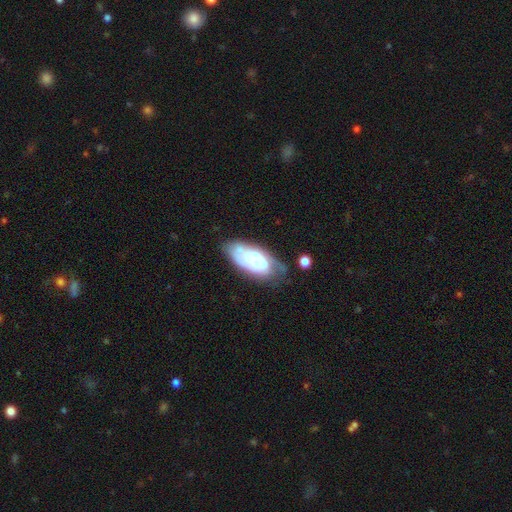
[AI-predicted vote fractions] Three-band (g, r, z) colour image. It shows a featured or disk galaxy (63%) with no bar (74%), spiral arms (71%) and a moderate central bulge (44%). Merging: none (51%).